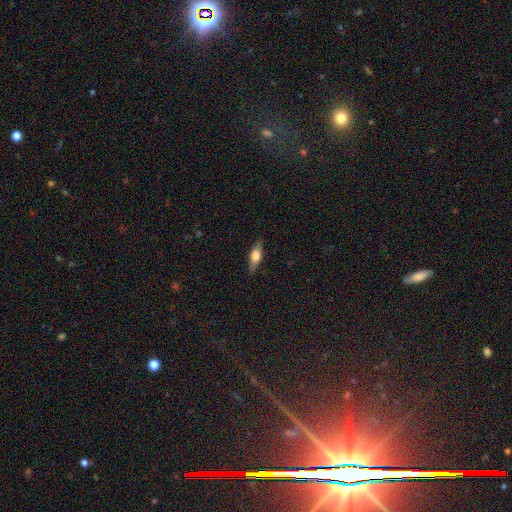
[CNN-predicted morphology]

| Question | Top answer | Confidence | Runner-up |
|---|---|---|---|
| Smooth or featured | smooth | 51% | featured or disk (42%) |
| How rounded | in between | 55% | cigar-shaped (41%) |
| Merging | none | 85% | minor disturbance (11%) |